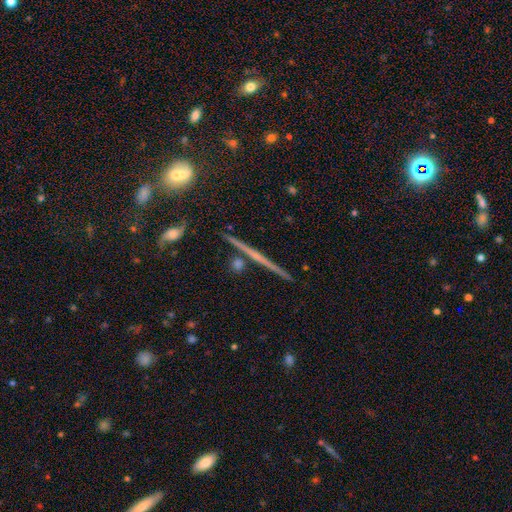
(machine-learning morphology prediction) This is likely a featured or disk galaxy (71%). It is clearly viewed edge-on (98%). Edge-on bulge: likely none (60%). Merging: clearly none (90%).